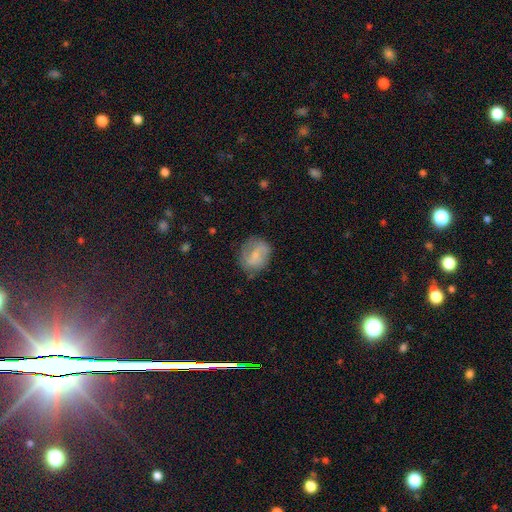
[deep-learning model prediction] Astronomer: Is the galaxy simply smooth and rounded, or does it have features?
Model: smooth — 57% (runner-up: featured or disk, 35%).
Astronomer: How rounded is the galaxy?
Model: round — 65%.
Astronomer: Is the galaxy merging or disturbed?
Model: none — 67%.